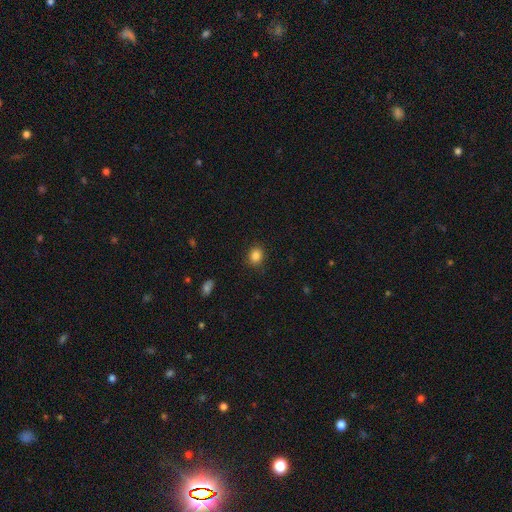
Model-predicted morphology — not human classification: Smooth or featured?
  - smooth: 85% *
  - star or artifact: 11%
  - featured or disk: 4%
How rounded?
  - round: 68% *
  - in between: 31%
  - cigar-shaped: 1%
Merging?
  - none: 87% *
  - minor disturbance: 9%
  - major disturbance: 2%
  - merger: 1%